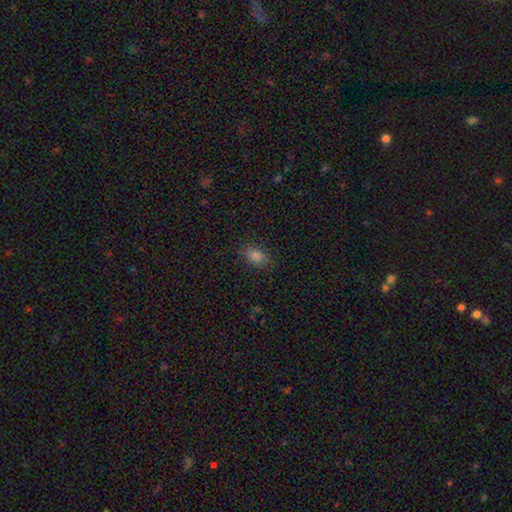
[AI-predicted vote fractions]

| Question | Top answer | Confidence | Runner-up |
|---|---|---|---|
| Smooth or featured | smooth | 81% | star or artifact (13%) |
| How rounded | in between | 85% | round (12%) |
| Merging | none | 86% | minor disturbance (10%) |